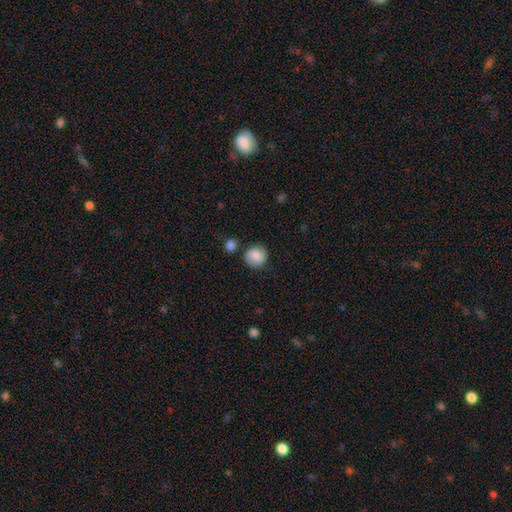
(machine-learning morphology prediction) Q: Smooth or featured?
A: smooth (76%); runner-up: featured or disk (16%)
Q: How rounded?
A: round (87%); runner-up: in between (12%)
Q: Merging?
A: none (77%); runner-up: minor disturbance (14%)